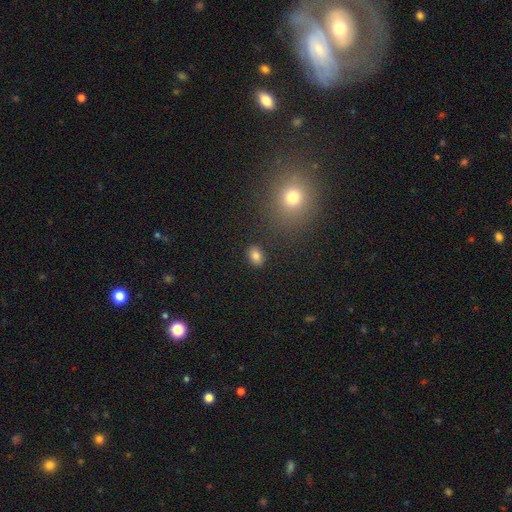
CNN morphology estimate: This is clearly a smooth galaxy (81%). How rounded: likely in between (72%). Merging: clearly none (86%).